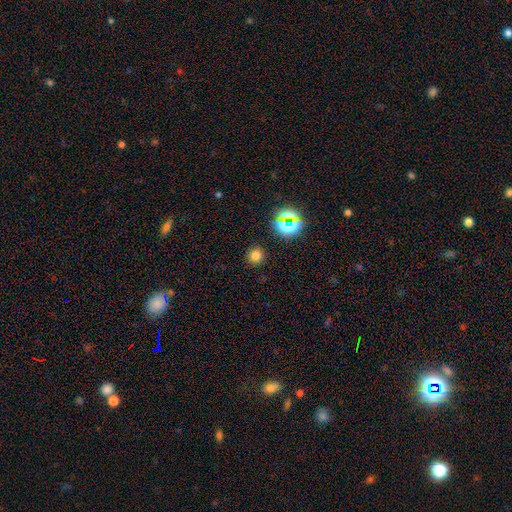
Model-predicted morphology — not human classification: smooth 71%, star or artifact 23%, featured or disk 6%. Down the decision tree: how rounded — round (89%); merging — none (89%).